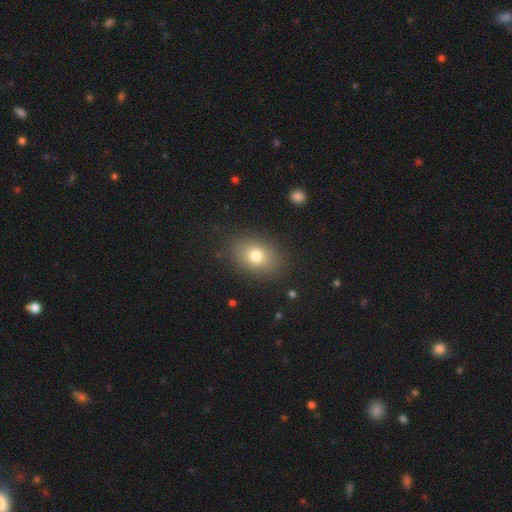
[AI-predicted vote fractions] This is likely a smooth galaxy (77%). How rounded: likely in between (68%). Merging: clearly none (86%).